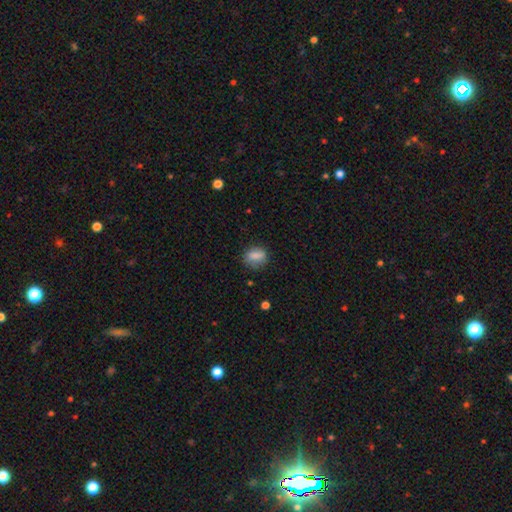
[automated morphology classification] Q: Smooth or featured?
A: smooth (81%); runner-up: featured or disk (10%)
Q: How rounded?
A: in between (58%); runner-up: round (38%)
Q: Merging?
A: none (74%); runner-up: minor disturbance (19%)